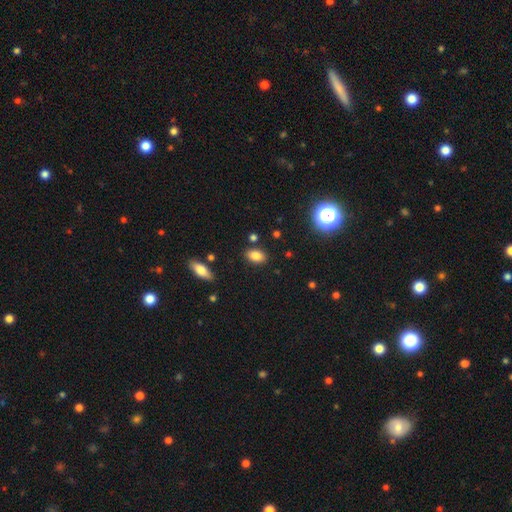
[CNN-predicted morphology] Smooth or featured?
  - smooth: 82% *
  - star or artifact: 10%
  - featured or disk: 8%
How rounded?
  - in between: 87% *
  - round: 11%
  - cigar-shaped: 2%
Merging?
  - none: 84% *
  - minor disturbance: 10%
  - merger: 3%
  - major disturbance: 2%